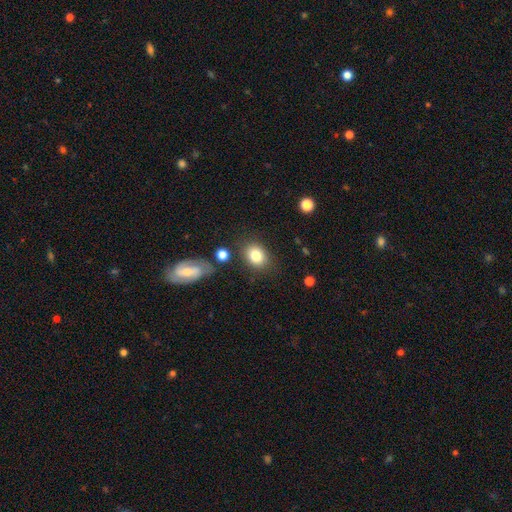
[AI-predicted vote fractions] Smooth or featured?
  - smooth: 83% *
  - star or artifact: 9%
  - featured or disk: 8%
How rounded?
  - in between: 51% *
  - round: 47%
  - cigar-shaped: 1%
Merging?
  - none: 78% *
  - minor disturbance: 12%
  - merger: 5%
  - major disturbance: 4%